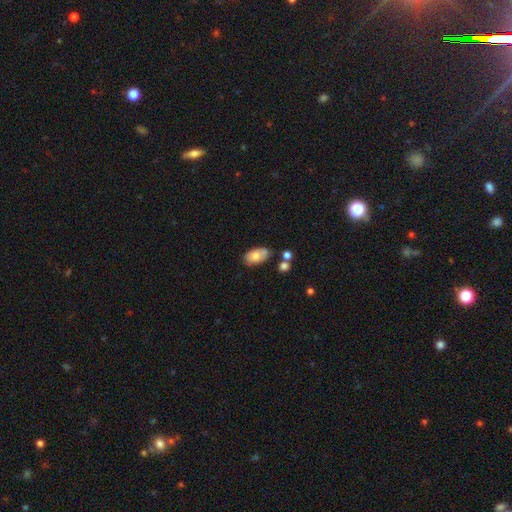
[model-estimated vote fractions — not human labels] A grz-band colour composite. It shows a smooth galaxy with no disk features (70%) that is in between round and cigar-shaped (92%). Merging: none (60%).